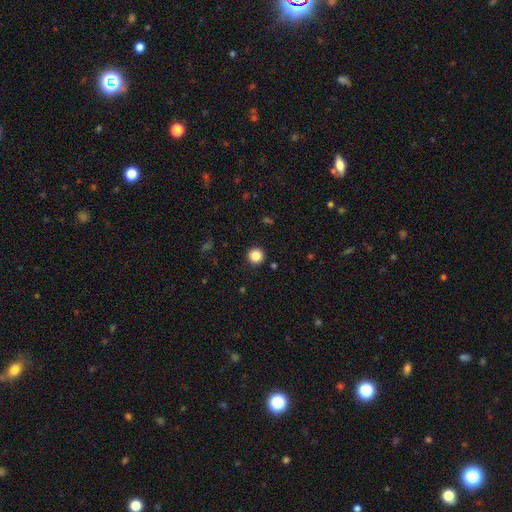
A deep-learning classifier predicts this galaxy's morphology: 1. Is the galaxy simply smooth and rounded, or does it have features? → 86% smooth, 10% star or artifact, 3% featured or disk.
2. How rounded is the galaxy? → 96% round, 3% in between, 1% cigar-shaped.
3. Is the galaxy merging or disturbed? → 93% none, 5% minor disturbance, 2% major disturbance, 1% merger.